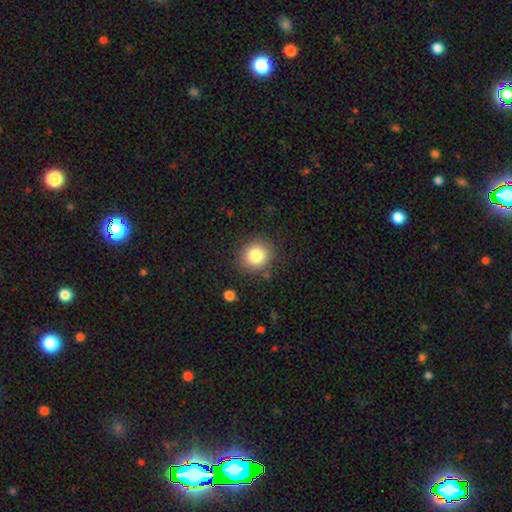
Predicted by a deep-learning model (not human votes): The model was most divided on "smooth or featured": smooth: 82%, star or artifact: 10%, featured or disk: 7%. More confident: how rounded — round (87%); merging — none (86%).